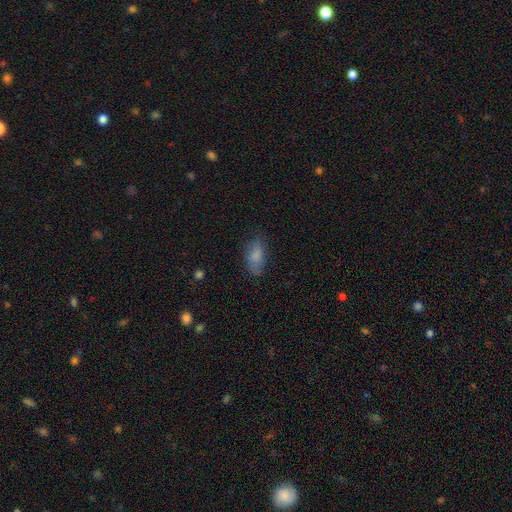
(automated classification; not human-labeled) This appears to be a smooth galaxy with no disk features (77%) that is in between round and cigar-shaped (89%). Merging: none (67%).